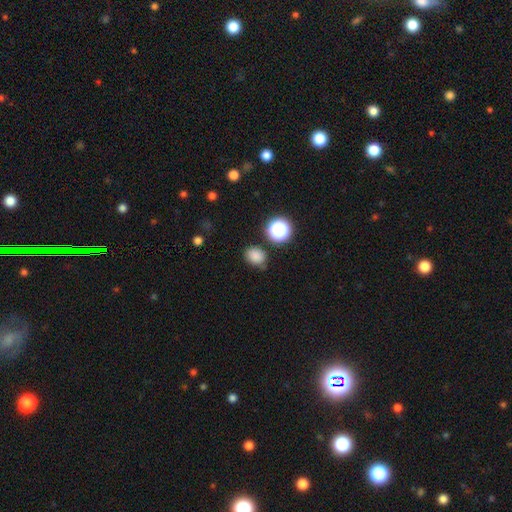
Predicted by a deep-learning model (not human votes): Smooth or featured: smooth — 81% (star or artifact — 14%)
How rounded: round — 50% (in between — 49%)
Merging: none — 75% (minor disturbance — 16%)